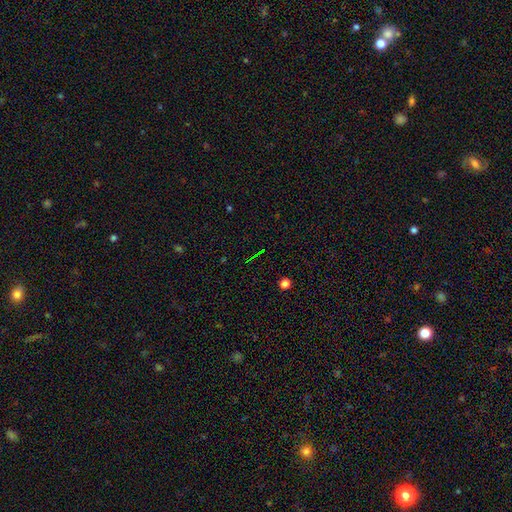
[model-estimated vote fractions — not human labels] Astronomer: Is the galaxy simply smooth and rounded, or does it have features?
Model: star or artifact — 71%.